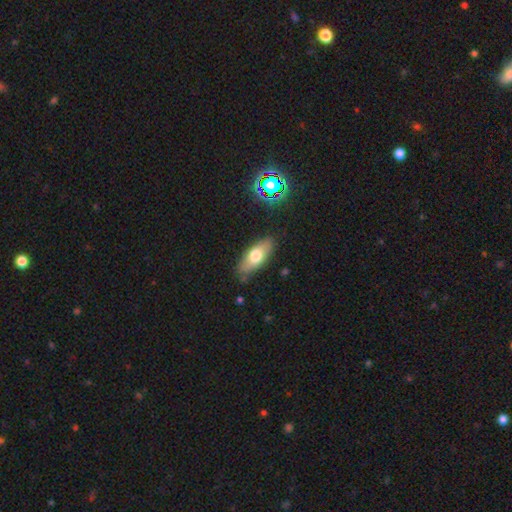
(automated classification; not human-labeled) smooth_or_featured: smooth (p=0.66) [alt: featured or disk p=0.27]
how_rounded: in between (p=0.76) [alt: cigar-shaped p=0.21]
merging: none (p=0.83) [alt: minor disturbance p=0.13]